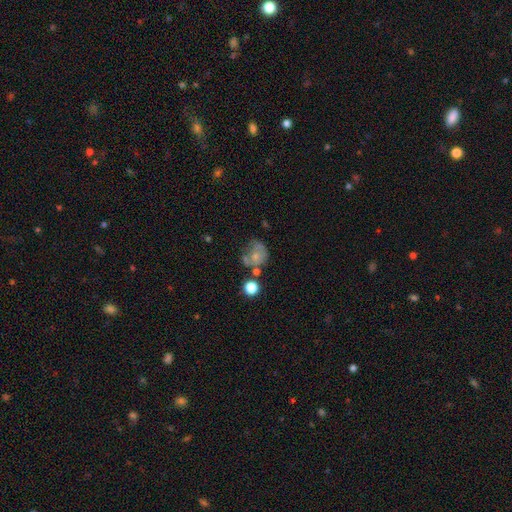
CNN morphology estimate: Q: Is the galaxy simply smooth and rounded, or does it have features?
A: smooth — 54%.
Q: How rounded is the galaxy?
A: round — 68%.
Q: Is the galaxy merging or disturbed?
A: none — 37%.